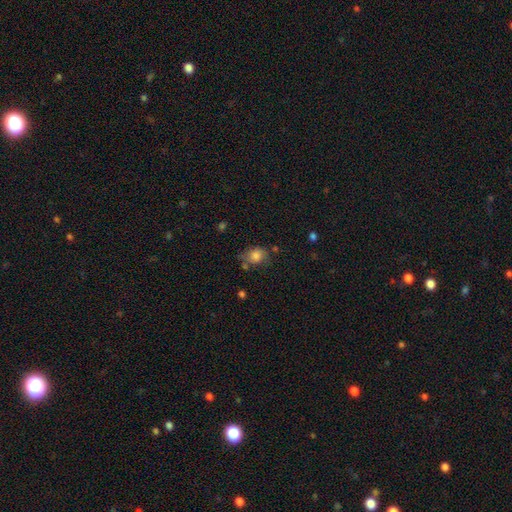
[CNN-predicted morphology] A smooth galaxy with no disk features (75%) that is in between round and cigar-shaped (51%).

Vote fractions:
- Smooth or featured? smooth: 75% / featured or disk: 15% / star or artifact: 10%
- How rounded? in between: 51% / round: 48% / cigar-shaped: 1%
- Merging? none: 53% / minor disturbance: 27% / major disturbance: 12% / merger: 7%